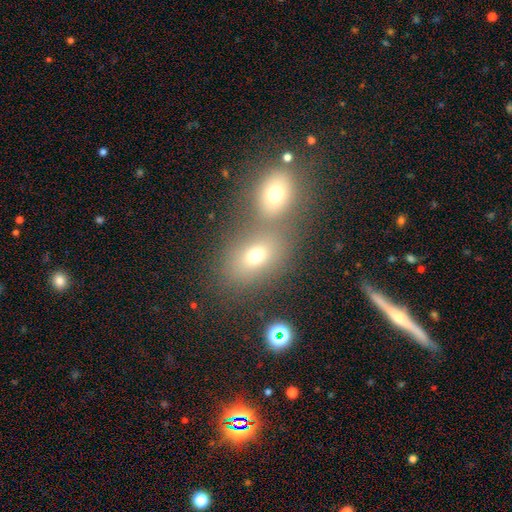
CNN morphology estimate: Smooth or featured?
  - smooth: 69% *
  - star or artifact: 17%
  - featured or disk: 15%
How rounded?
  - in between: 64% *
  - round: 34%
  - cigar-shaped: 2%
Merging?
  - none: 51% *
  - merger: 35%
  - minor disturbance: 9%
  - major disturbance: 5%